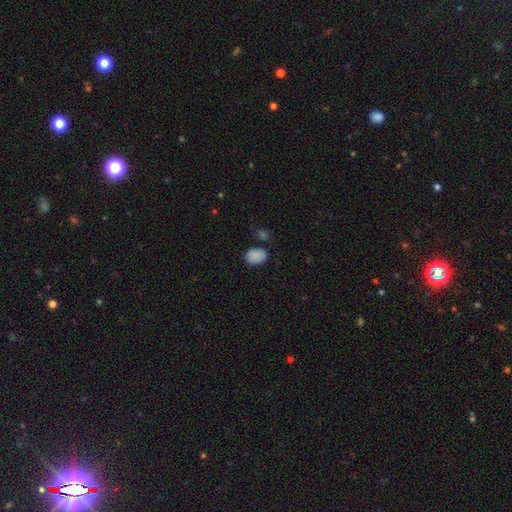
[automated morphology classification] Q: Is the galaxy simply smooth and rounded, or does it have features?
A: smooth — 87%.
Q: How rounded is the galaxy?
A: in between — 77%.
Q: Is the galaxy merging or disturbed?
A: none — 75%.